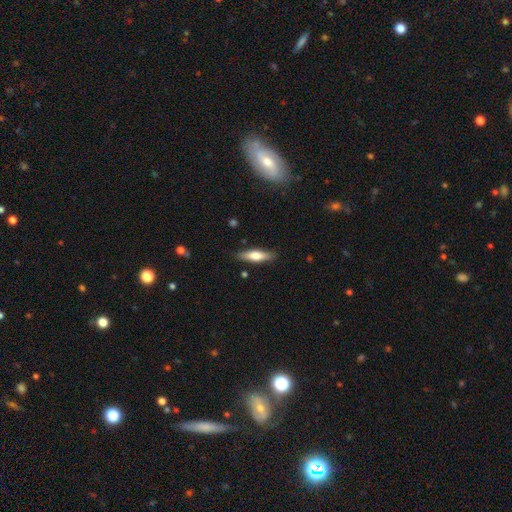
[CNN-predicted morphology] type=smooth (65%); roundness=cigar-shaped (62%); merging=none (85%).